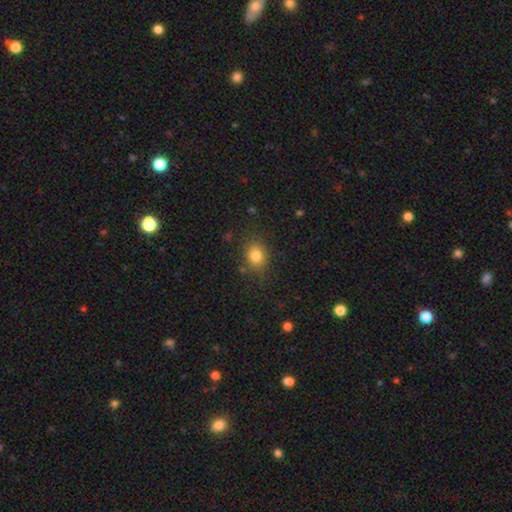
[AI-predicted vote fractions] Smooth or featured? smooth (81%)
How rounded? round (58%)
Merging? none (82%)